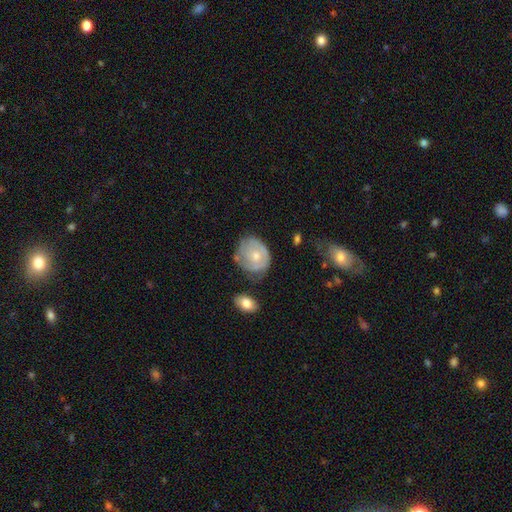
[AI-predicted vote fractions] A featured or disk galaxy (54%) with no bar (82%), spiral arms (61%) and a moderate central bulge (51%).

Vote fractions:
- Smooth or featured? featured or disk: 54% / smooth: 40% / star or artifact: 6%
- Edge-on disk? no: 97% / yes: 3%
- Bar? no: 82% / weak: 16% / strong: 2%
- Spiral arms? yes: 61% / no: 39%
- Bulge size? moderate: 51% / small: 43% / large: 3% / none: 2% / dominant: 1%
- Merging? none: 52% / minor disturbance: 31% / major disturbance: 12% / merger: 5%